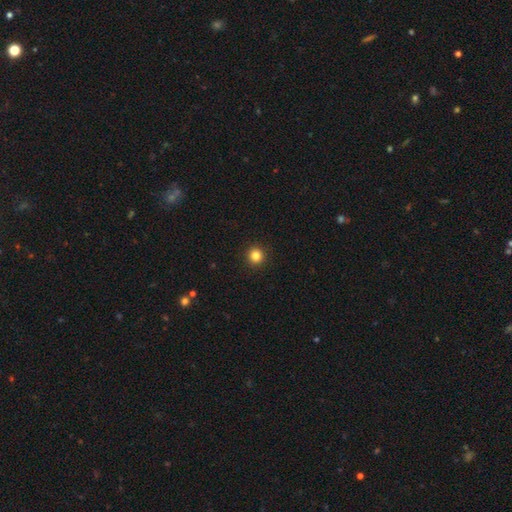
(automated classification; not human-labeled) Smooth or featured? Predicted: smooth (p=0.83). How rounded? Predicted: round (p=0.95). Merging? Predicted: none (p=0.93).